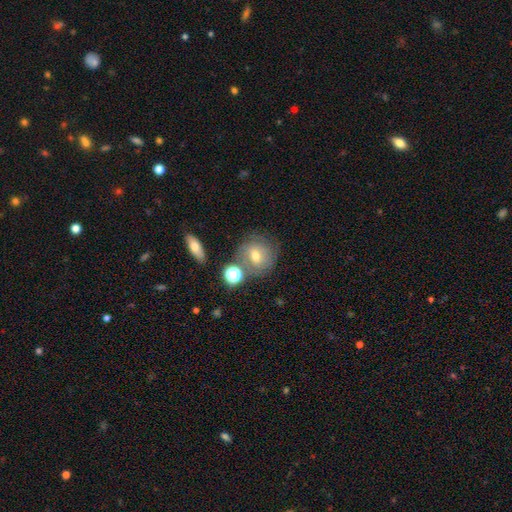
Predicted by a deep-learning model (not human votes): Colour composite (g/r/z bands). It shows a smooth galaxy with no disk features (51%) that is round (82%). Merging: none (66%).